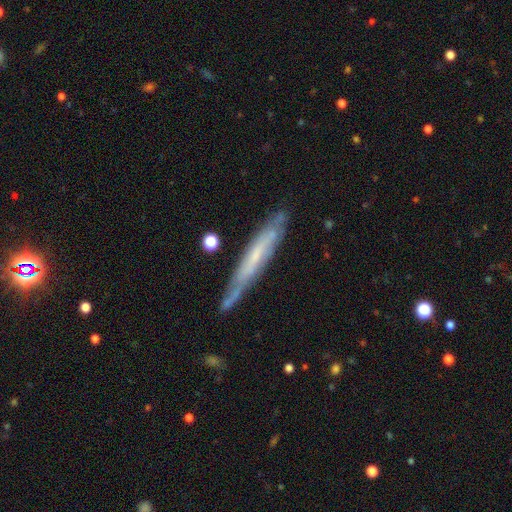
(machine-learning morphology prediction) smooth-or-featured: featured or disk: 59% | smooth: 35% | star or artifact: 6%
  disk-edge-on: yes: 76% | no: 24%
  merging: none: 73% | minor disturbance: 20% | major disturbance: 4% | merger: 3%